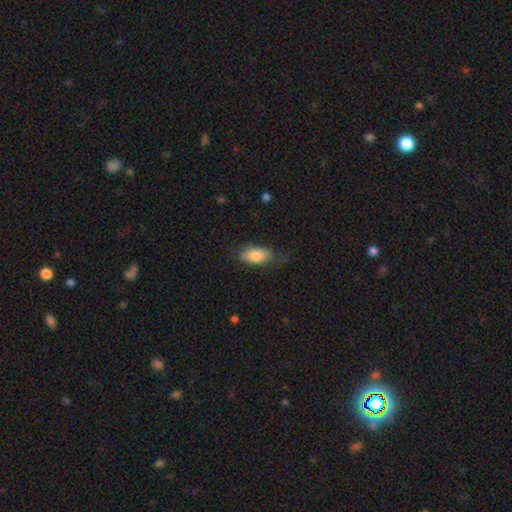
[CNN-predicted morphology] Smooth or featured? Predicted: smooth (p=0.82). How rounded? Predicted: in between (p=0.90). Merging? Predicted: none (p=0.67).